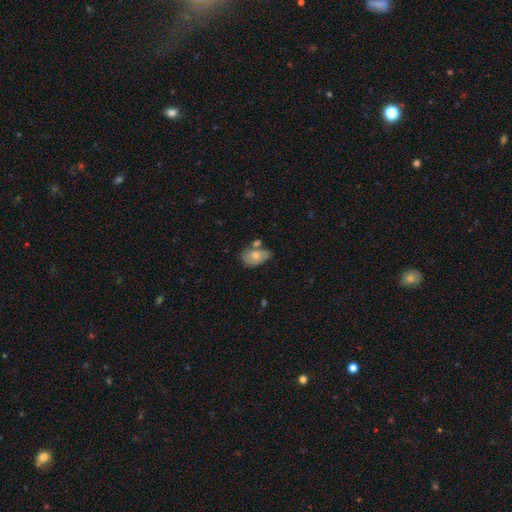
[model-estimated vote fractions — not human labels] A smooth galaxy with no disk features (61%) that is in between round and cigar-shaped (84%). Merging: none (41%).